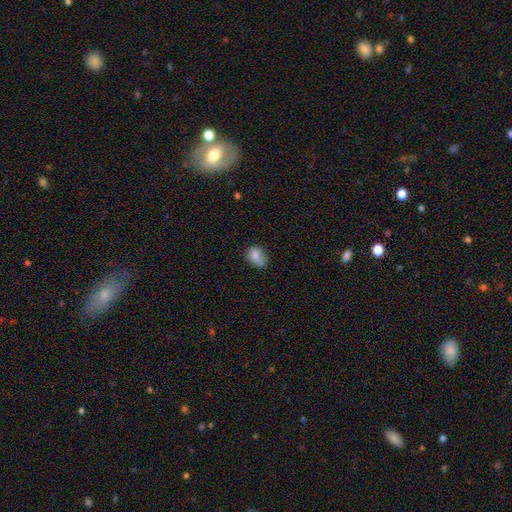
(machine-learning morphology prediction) Smooth or featured? Predicted: smooth (p=0.78). How rounded? Predicted: in between (p=0.51). Merging? Predicted: none (p=0.47).